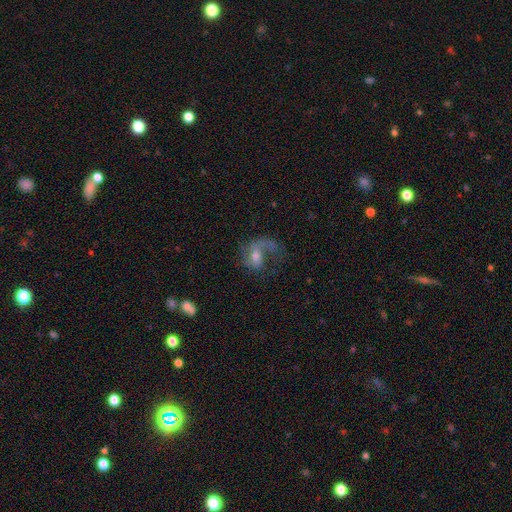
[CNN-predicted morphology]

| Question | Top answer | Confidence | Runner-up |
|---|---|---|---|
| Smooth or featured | featured or disk | 71% | smooth (18%) |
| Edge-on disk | no | 97% | yes (3%) |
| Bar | no | 53% | weak (38%) |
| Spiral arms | yes | 86% | no (14%) |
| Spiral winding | loose | 57% | medium (33%) |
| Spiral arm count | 1 | 57% | 2 (33%) |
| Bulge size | moderate | 51% | small (38%) |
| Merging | major disturbance | 39% | tied: none (39%) |